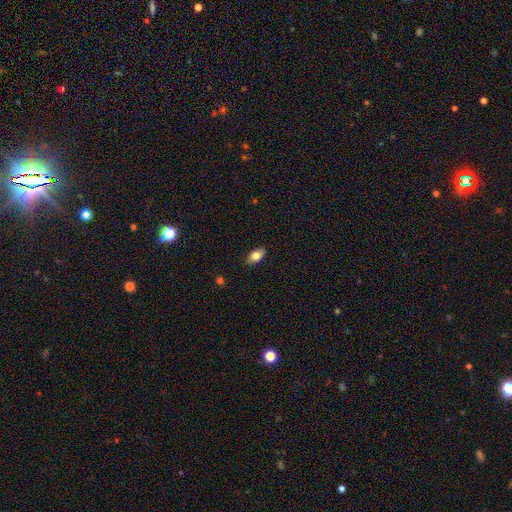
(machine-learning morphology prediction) smooth-or-featured: smooth: 78% | featured or disk: 14% | star or artifact: 8%
  how-rounded: in between: 87% | round: 8% | cigar-shaped: 5%
  merging: none: 82% | minor disturbance: 14% | major disturbance: 2% | merger: 1%